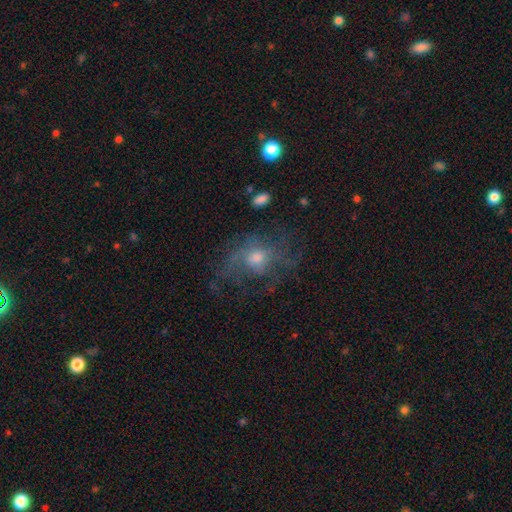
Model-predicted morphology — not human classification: Smooth or featured? featured or disk (53%)
Edge-on disk? no (95%)
Bar? no (80%)
Spiral arms? yes (53%)
Bulge size? moderate (55%)
Merging? none (51%)